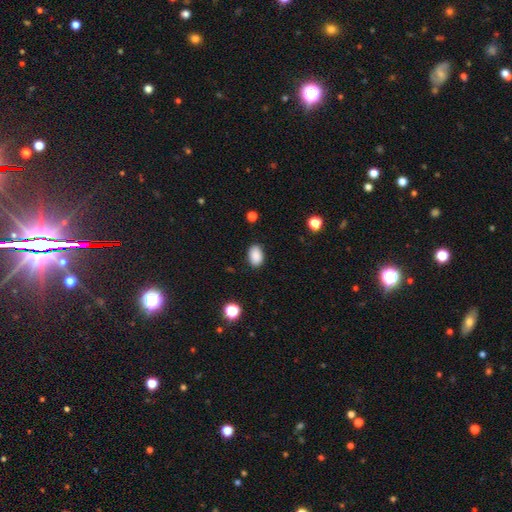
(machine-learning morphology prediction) Smooth or featured?
  - smooth: 88% *
  - star or artifact: 8%
  - featured or disk: 3%
How rounded?
  - in between: 87% *
  - round: 11%
  - cigar-shaped: 1%
Merging?
  - none: 86% *
  - minor disturbance: 10%
  - major disturbance: 2%
  - merger: 1%